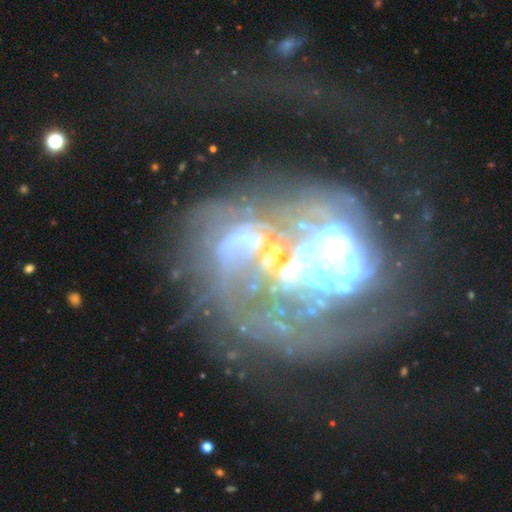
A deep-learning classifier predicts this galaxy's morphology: A featured or disk galaxy (72%) with no bar (73%), spiral arms (55%) and no central bulge (30%). Merging: major disturbance (47%).